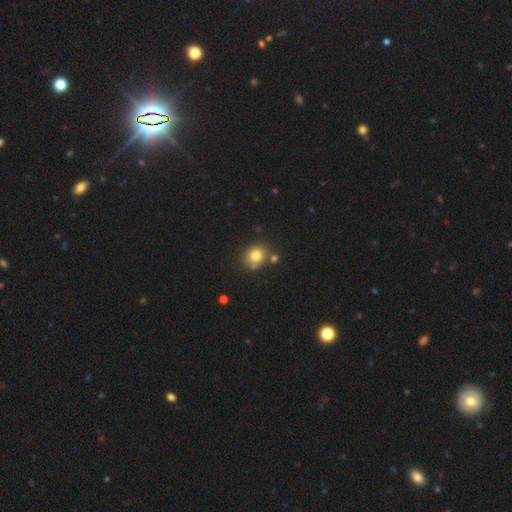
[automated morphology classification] Smooth or featured? smooth (79%)
How rounded? round (70%)
Merging? none (67%)